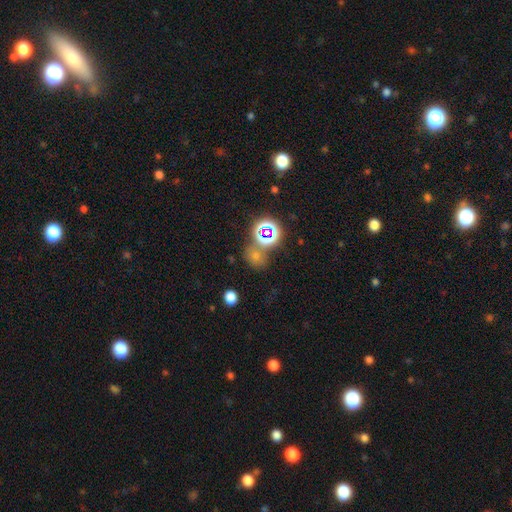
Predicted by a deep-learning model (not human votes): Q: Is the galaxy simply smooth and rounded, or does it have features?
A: star or artifact — 52%.